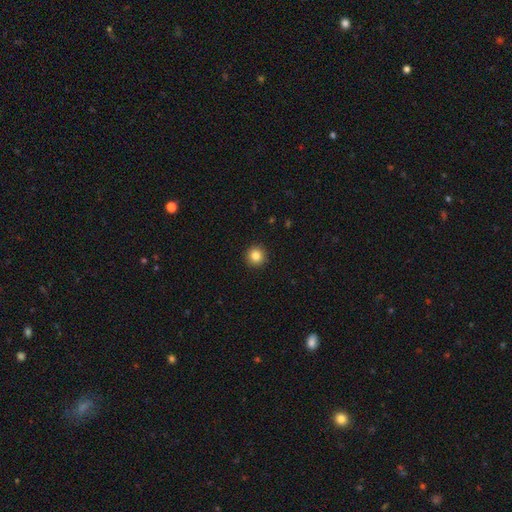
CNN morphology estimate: The model was most divided on "smooth or featured": smooth: 84%, star or artifact: 11%, featured or disk: 5%. More confident: how rounded — round (95%); merging — none (93%).